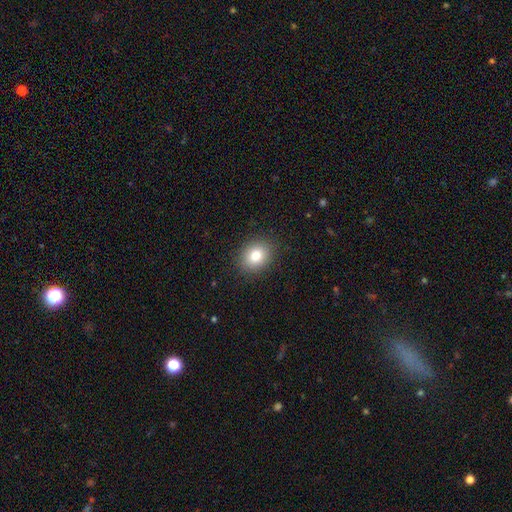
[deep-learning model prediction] Smooth or featured?
  - smooth: 82% *
  - star or artifact: 10%
  - featured or disk: 8%
How rounded?
  - round: 51% *
  - in between: 48%
  - cigar-shaped: 1%
Merging?
  - none: 89% *
  - minor disturbance: 8%
  - major disturbance: 2%
  - merger: 1%